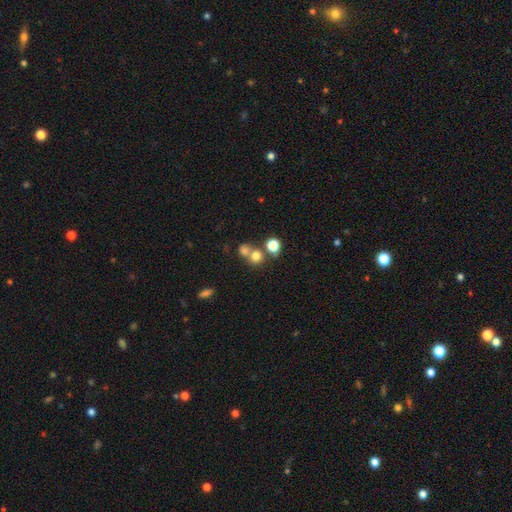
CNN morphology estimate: Q: Smooth or featured?
A: smooth (73%); runner-up: star or artifact (16%)
Q: How rounded?
A: round (83%); runner-up: in between (16%)
Q: Merging?
A: merger (45%); runner-up: none (44%)